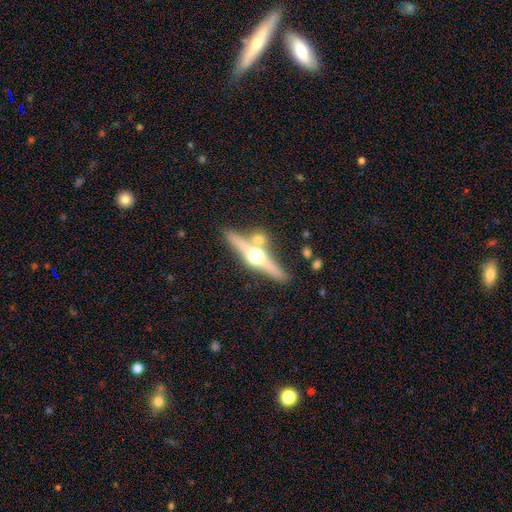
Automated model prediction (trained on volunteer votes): This is likely a featured or disk galaxy (75%). It is clearly viewed edge-on (96%). Edge-on bulge: clearly rounded (96%). Merging: likely none (73%).